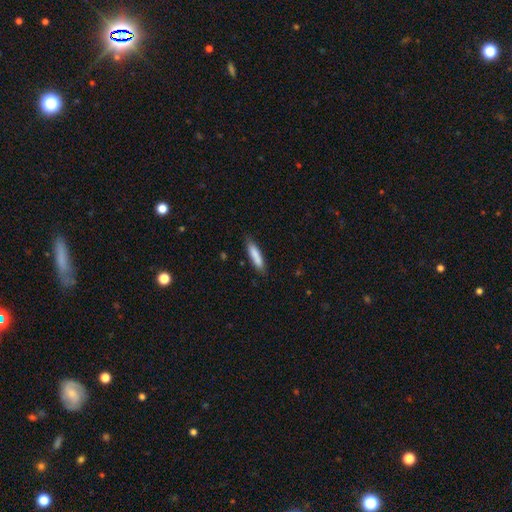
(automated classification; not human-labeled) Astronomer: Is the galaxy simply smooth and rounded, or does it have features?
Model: smooth — 83%.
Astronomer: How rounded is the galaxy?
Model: cigar-shaped — 79%.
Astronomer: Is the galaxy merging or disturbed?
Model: none — 82%.